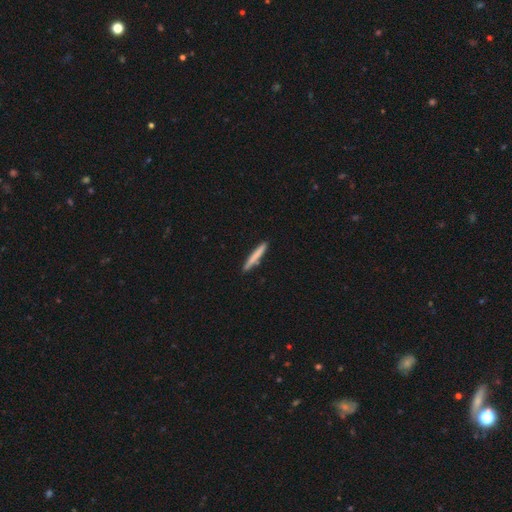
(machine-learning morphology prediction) The model was most divided on "smooth or featured": smooth: 74%, featured or disk: 21%, star or artifact: 6%. More confident: how rounded — cigar-shaped (96%); merging — none (89%).